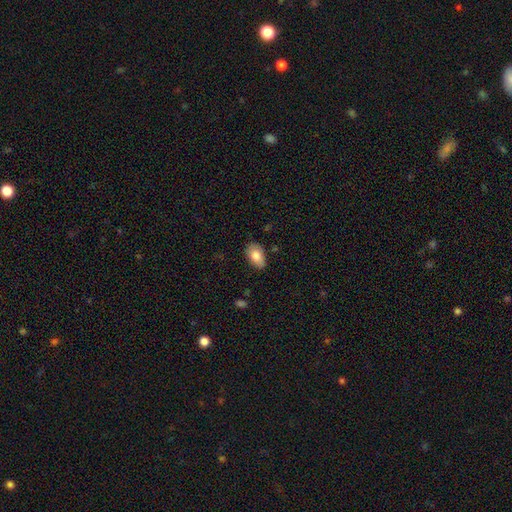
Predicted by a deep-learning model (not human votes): smooth 80%, featured or disk 13%, star or artifact 7%. Down the decision tree: how rounded — in between (91%); merging — none (71%).